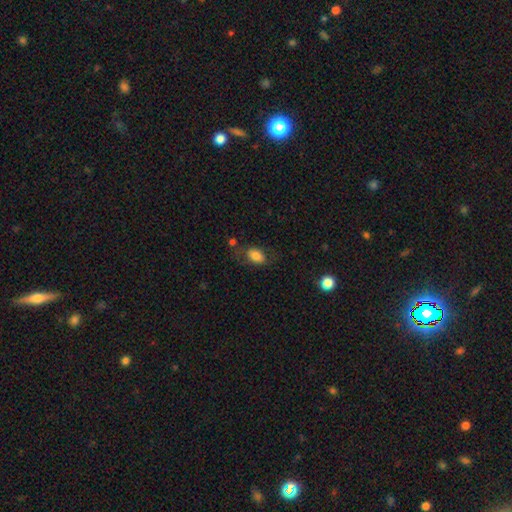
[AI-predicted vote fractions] This is likely a smooth galaxy (79%). How rounded: clearly in between (85%). Merging: likely none (61%).